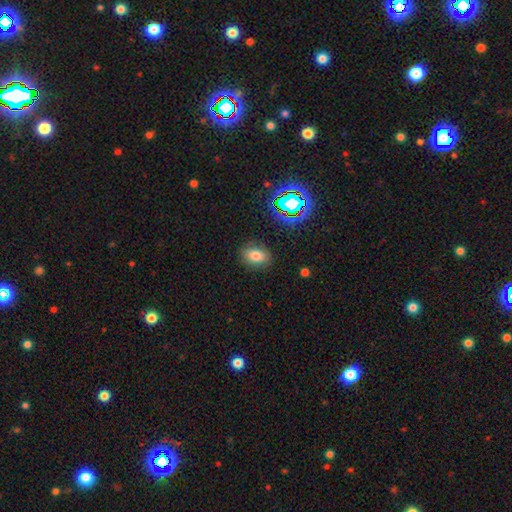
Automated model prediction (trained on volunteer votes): smooth_or_featured: smooth (p=0.72) [alt: star or artifact p=0.17]
how_rounded: in between (p=0.75) [alt: round p=0.24]
merging: none (p=0.85) [alt: minor disturbance p=0.10]